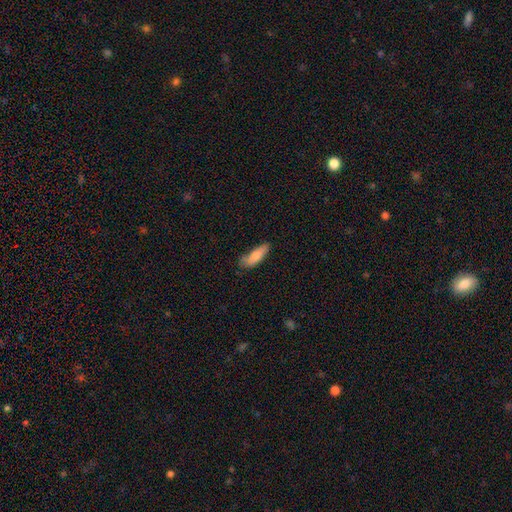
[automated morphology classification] Smooth or featured?
  - smooth: 79% *
  - featured or disk: 15%
  - star or artifact: 7%
How rounded?
  - in between: 51% *
  - cigar-shaped: 47%
  - round: 2%
Merging?
  - none: 58% *
  - minor disturbance: 31%
  - major disturbance: 8%
  - merger: 3%